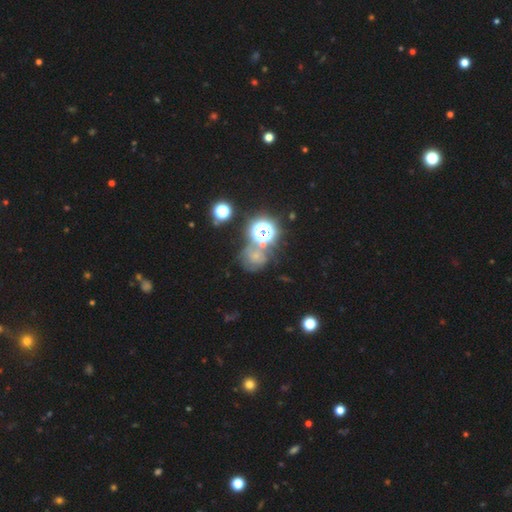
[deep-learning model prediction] Smooth or featured? star or artifact (40%)